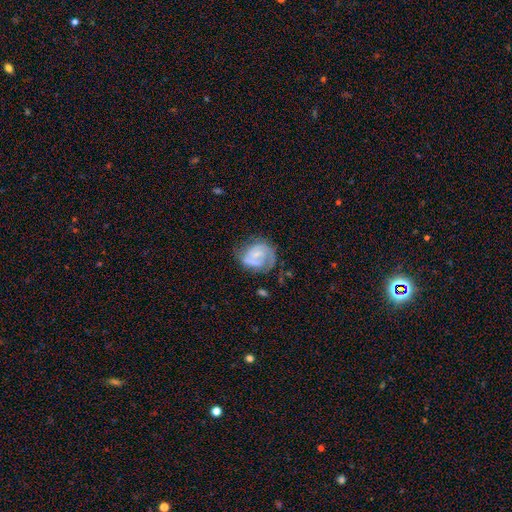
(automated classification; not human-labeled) Smooth or featured? Predicted: featured or disk (p=0.72). Edge-on disk? Predicted: no (p=0.98). Bar? Predicted: no (p=0.45). Spiral arms? Predicted: yes (p=0.87). Spiral winding? Predicted: tight (p=0.47). Spiral arm count? Predicted: 2 (p=0.53). Bulge size? Predicted: small (p=0.58). Merging? Predicted: none (p=0.54).